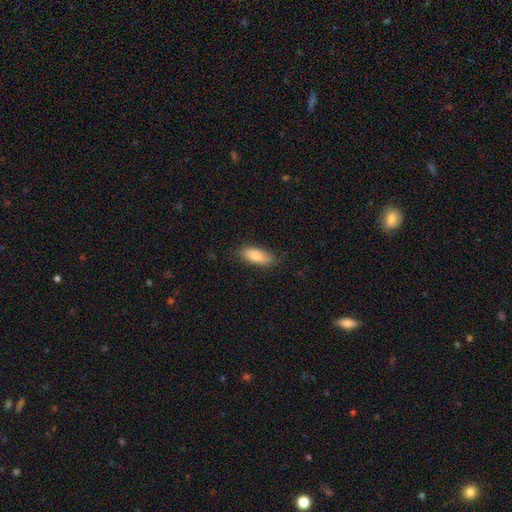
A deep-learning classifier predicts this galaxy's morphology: Overall: smooth (84%). How rounded: in between (76%). Merging: none (80%).